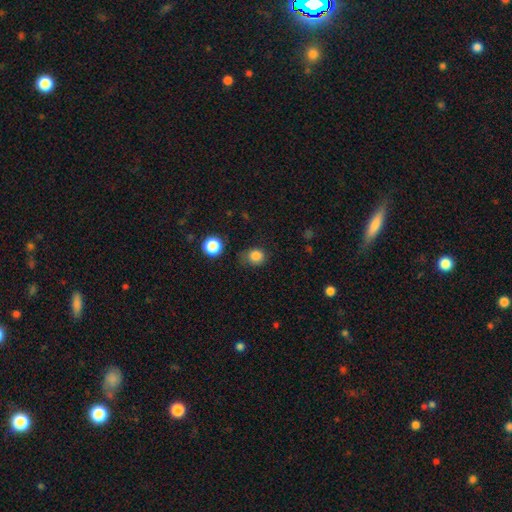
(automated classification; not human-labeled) The model was most divided on "merging": none: 68%, minor disturbance: 23%, major disturbance: 7%, merger: 2%. More confident: smooth or featured — smooth (83%); how rounded — round (77%).